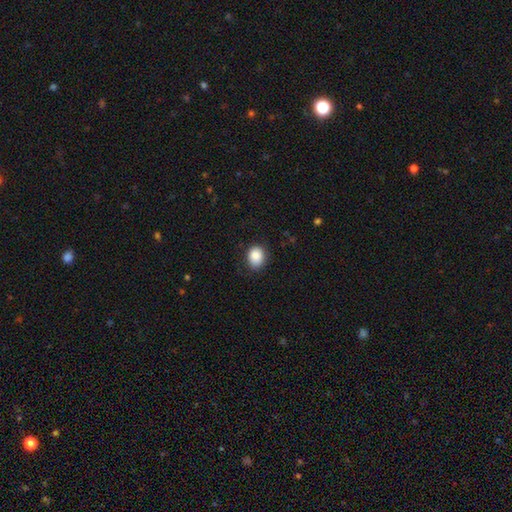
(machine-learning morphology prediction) Smooth or featured?
  - smooth: 87% *
  - star or artifact: 8%
  - featured or disk: 4%
How rounded?
  - in between: 52% *
  - round: 48%
  - cigar-shaped: 1%
Merging?
  - none: 79% *
  - minor disturbance: 16%
  - major disturbance: 4%
  - merger: 1%